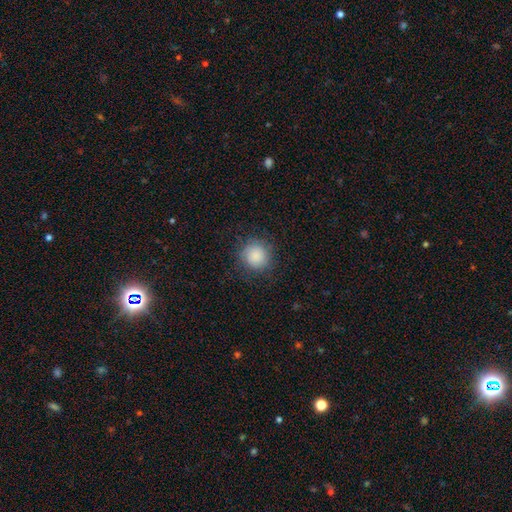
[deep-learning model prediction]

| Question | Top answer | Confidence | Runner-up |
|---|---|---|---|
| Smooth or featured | smooth | 85% | star or artifact (8%) |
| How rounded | round | 91% | in between (8%) |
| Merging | none | 81% | minor disturbance (13%) |